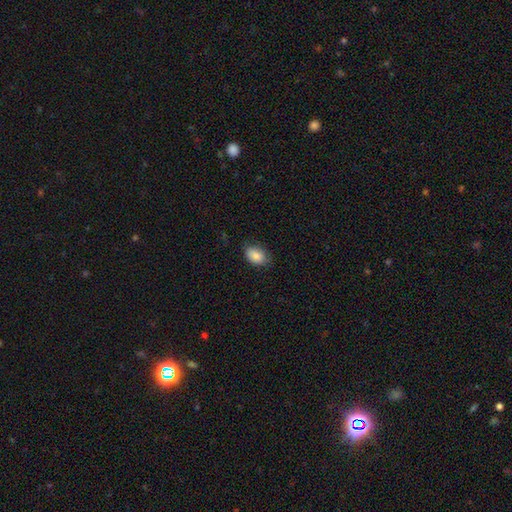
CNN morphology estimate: A smooth galaxy with no disk features (85%) that is in between round and cigar-shaped (84%).

Vote fractions:
- Smooth or featured? smooth: 85% / star or artifact: 8% / featured or disk: 8%
- How rounded? in between: 84% / round: 14% / cigar-shaped: 1%
- Merging? none: 76% / minor disturbance: 20% / major disturbance: 3% / merger: 1%